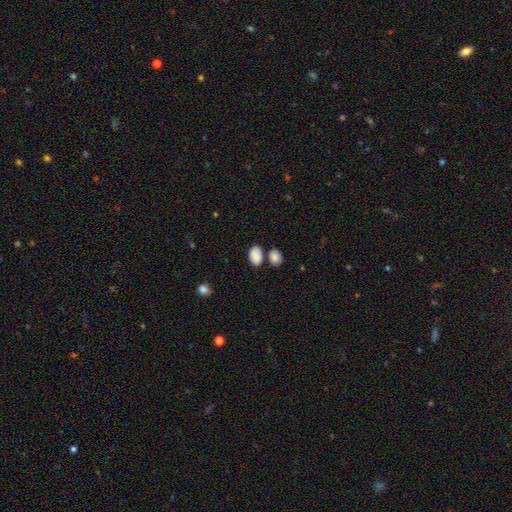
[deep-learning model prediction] Smooth or featured? Predicted: smooth (p=0.86). How rounded? Predicted: in between (p=0.86). Merging? Predicted: none (p=0.61).